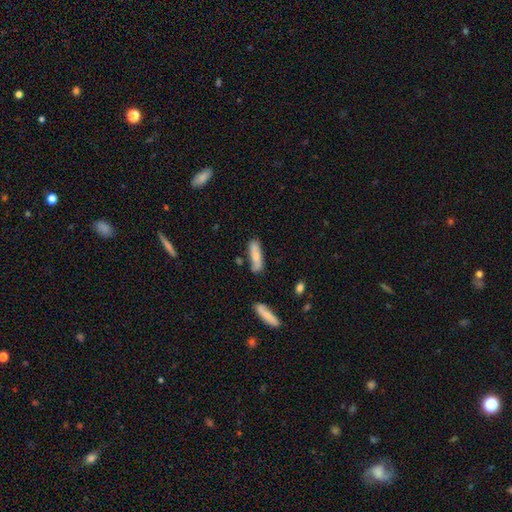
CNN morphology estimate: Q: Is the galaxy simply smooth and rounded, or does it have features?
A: smooth — 70%.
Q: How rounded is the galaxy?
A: cigar-shaped — 60%.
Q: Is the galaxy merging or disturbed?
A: none — 68%.